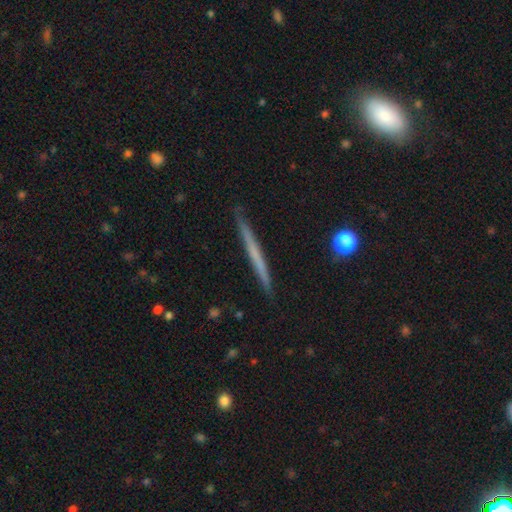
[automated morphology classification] Smooth or featured? Predicted: featured or disk (p=0.50). Merging? Predicted: none (p=0.90).